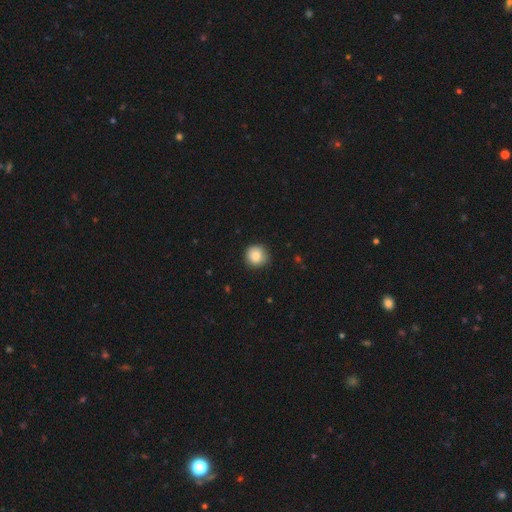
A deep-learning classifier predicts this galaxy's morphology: Smooth or featured? smooth (86%)
How rounded? round (93%)
Merging? none (84%)